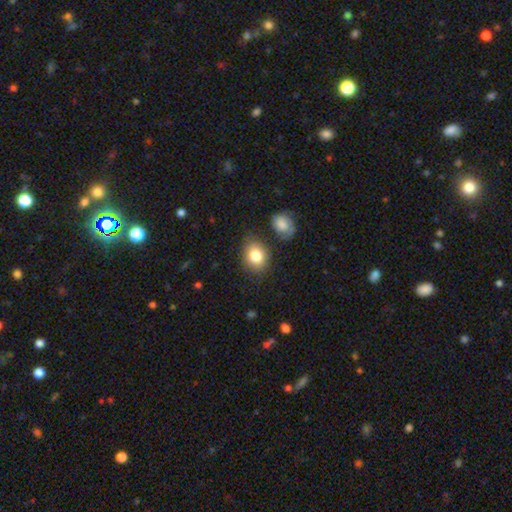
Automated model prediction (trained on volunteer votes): Smooth or featured? smooth (83%)
How rounded? in between (53%)
Merging? none (75%)